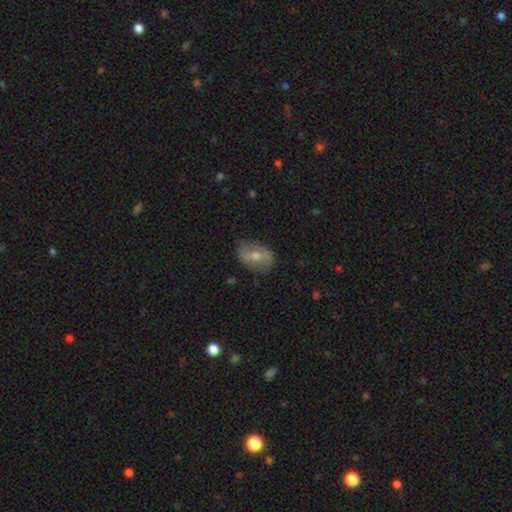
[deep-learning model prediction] This appears to be a featured or disk galaxy (53%). Merging: none (78%).